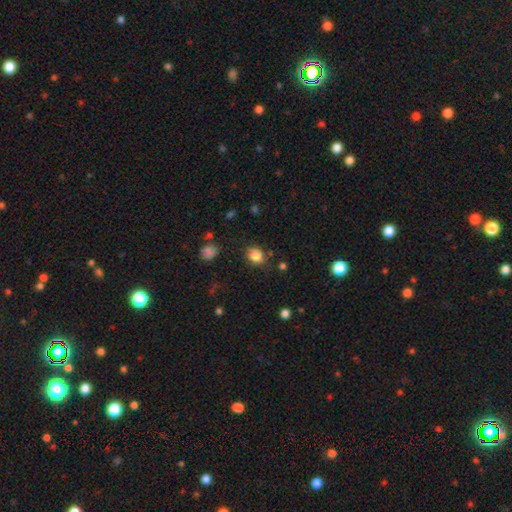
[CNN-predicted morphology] A smooth galaxy with no disk features (85%) that is round (61%). Merging: none (79%).